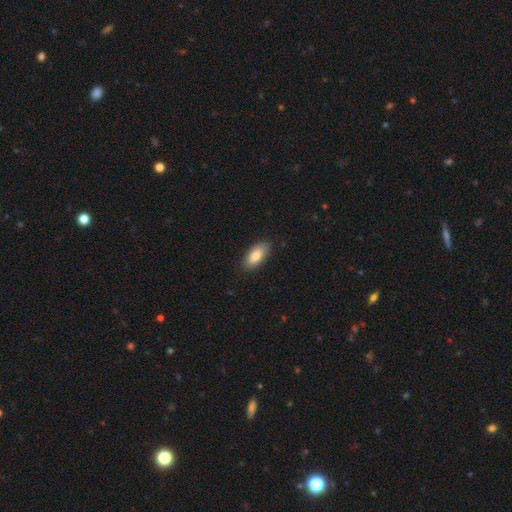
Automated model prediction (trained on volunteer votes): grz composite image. It shows a smooth galaxy with no disk features (84%) that is in between round and cigar-shaped (90%). Merging: none (85%).